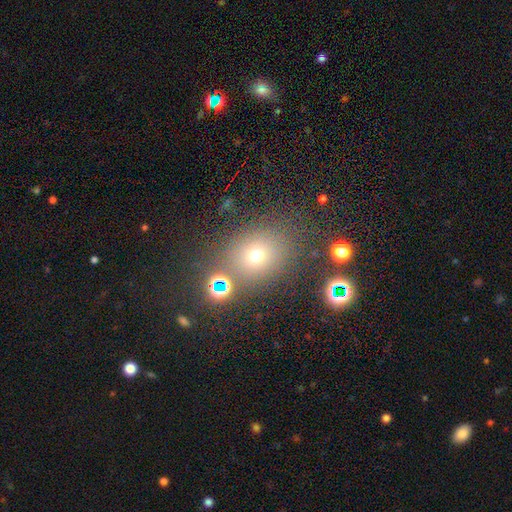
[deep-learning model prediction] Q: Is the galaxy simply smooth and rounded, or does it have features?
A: smooth — 62%.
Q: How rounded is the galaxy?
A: round — 69%.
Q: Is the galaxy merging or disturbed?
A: none — 77%.